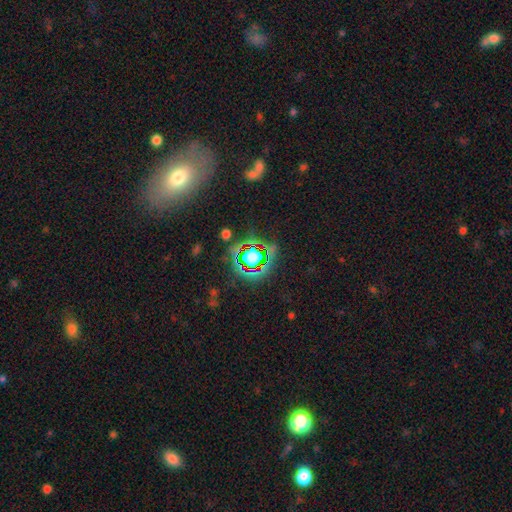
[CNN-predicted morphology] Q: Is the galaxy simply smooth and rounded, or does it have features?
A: star or artifact — 72%.